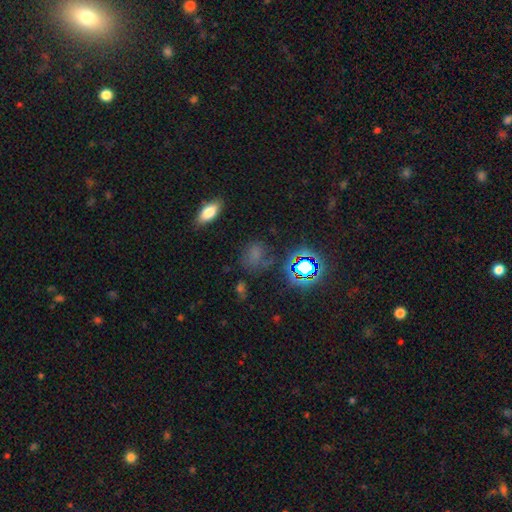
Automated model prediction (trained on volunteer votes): Q: Smooth or featured?
A: smooth (46%); runner-up: star or artifact (42%)
Q: Merging?
A: none (63%); runner-up: minor disturbance (20%)